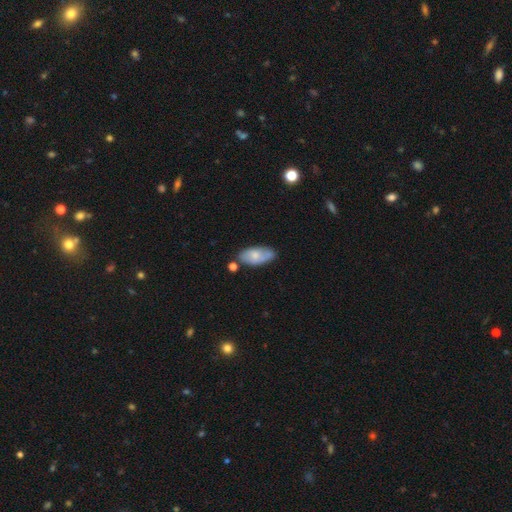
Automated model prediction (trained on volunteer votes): Q: Smooth or featured?
A: smooth (68%); runner-up: featured or disk (26%)
Q: How rounded?
A: in between (92%); runner-up: cigar-shaped (5%)
Q: Merging?
A: none (63%); runner-up: minor disturbance (22%)